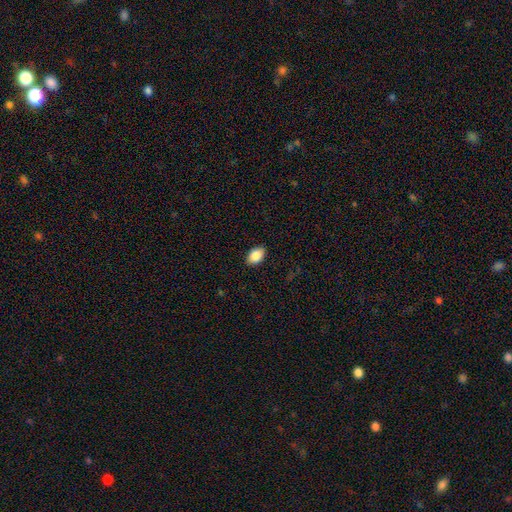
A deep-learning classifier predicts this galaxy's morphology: Smooth or featured? smooth (87%)
How rounded? in between (90%)
Merging? none (89%)